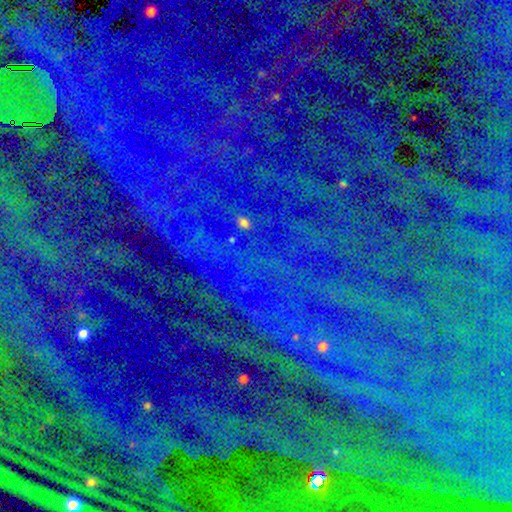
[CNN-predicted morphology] smooth_or_featured: star or artifact (p=0.85) [alt: smooth p=0.08]